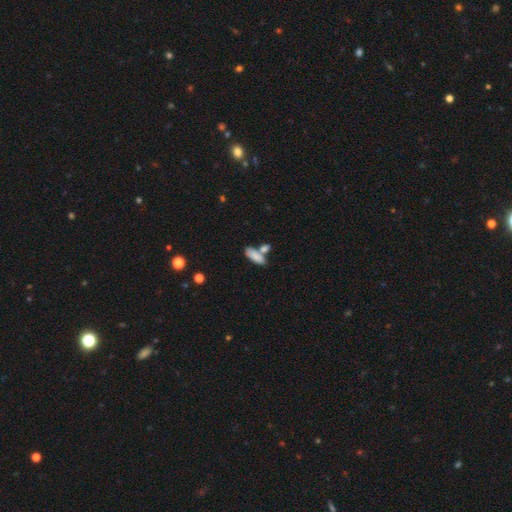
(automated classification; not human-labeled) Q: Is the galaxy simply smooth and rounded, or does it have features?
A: smooth — 83%.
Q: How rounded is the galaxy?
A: in between — 72%.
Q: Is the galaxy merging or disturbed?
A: none — 47%.